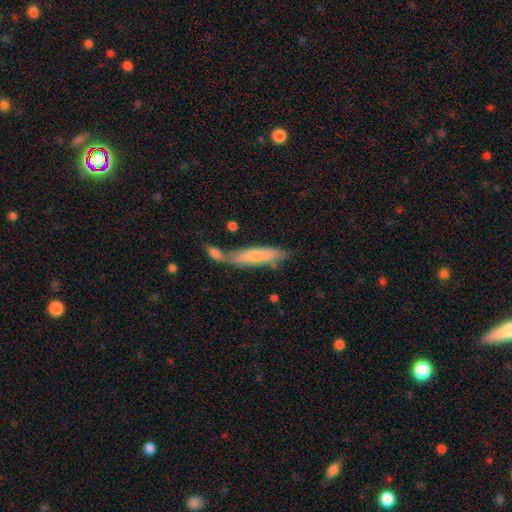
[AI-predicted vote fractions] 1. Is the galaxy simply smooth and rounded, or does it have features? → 57% smooth, 37% featured or disk, 6% star or artifact.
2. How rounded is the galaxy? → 79% cigar-shaped, 19% in between, 2% round.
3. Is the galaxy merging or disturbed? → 52% none, 24% merger, 18% minor disturbance, 6% major disturbance.